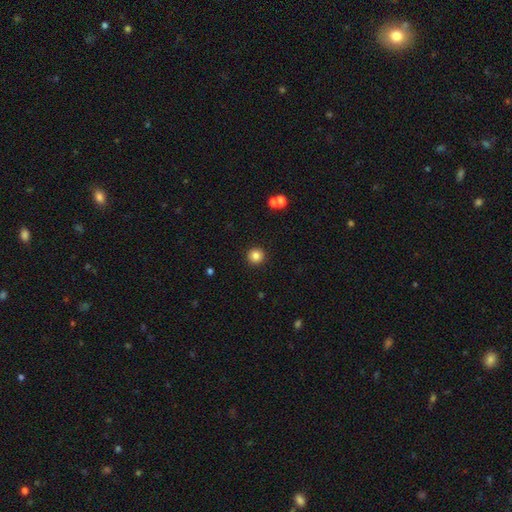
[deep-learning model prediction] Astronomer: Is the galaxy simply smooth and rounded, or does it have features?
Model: smooth — 84%.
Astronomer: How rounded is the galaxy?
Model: round — 95%.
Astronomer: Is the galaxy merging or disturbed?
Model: none — 92%.